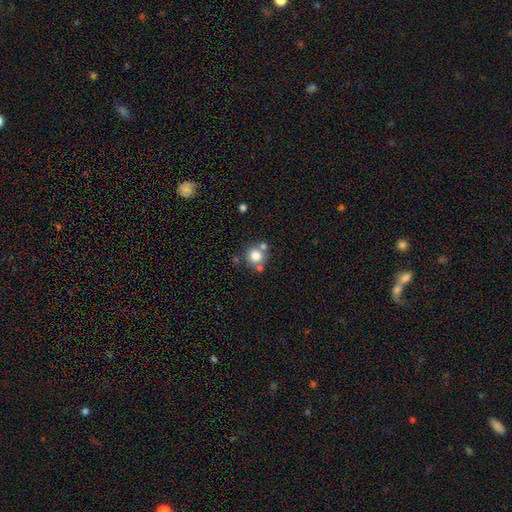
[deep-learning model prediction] smooth-or-featured: smooth: 79% | star or artifact: 11% | featured or disk: 10%
  how-rounded: round: 91% | in between: 9% | cigar-shaped: 1%
  merging: none: 64% | merger: 22% | minor disturbance: 10% | major disturbance: 4%